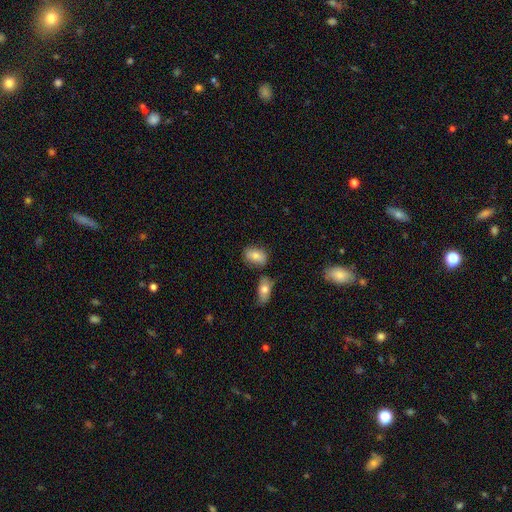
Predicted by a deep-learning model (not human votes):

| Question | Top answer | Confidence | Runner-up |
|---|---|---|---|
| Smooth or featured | smooth | 78% | featured or disk (14%) |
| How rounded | in between | 87% | round (10%) |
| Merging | none | 69% | minor disturbance (15%) |